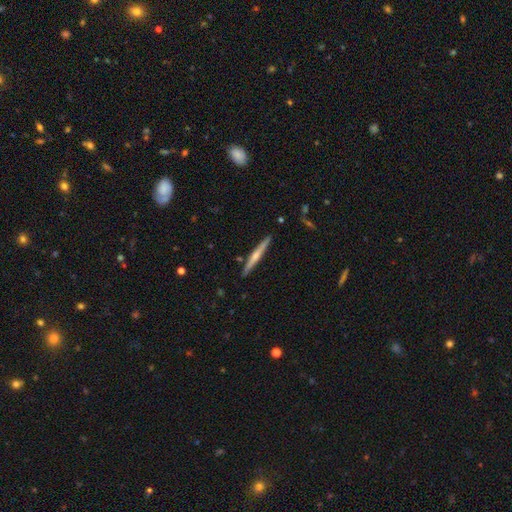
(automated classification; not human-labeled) Smooth or featured? Predicted: featured or disk (p=0.60). Edge-on disk? Predicted: yes (p=0.98). Edge-on bulge? Predicted: rounded (p=0.69). Merging? Predicted: none (p=0.90).